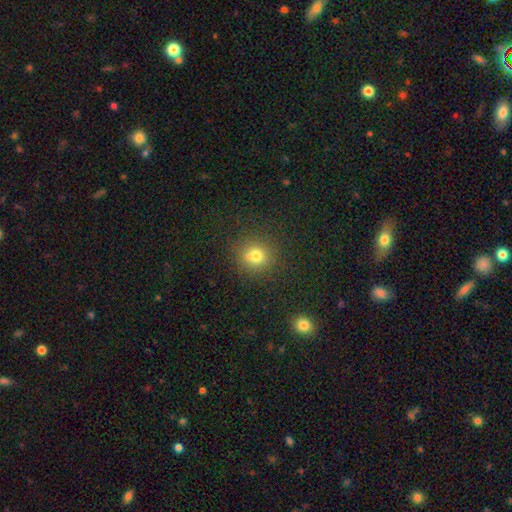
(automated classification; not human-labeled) Smooth or featured? Predicted: smooth (p=0.75). How rounded? Predicted: round (p=0.83). Merging? Predicted: none (p=0.83).